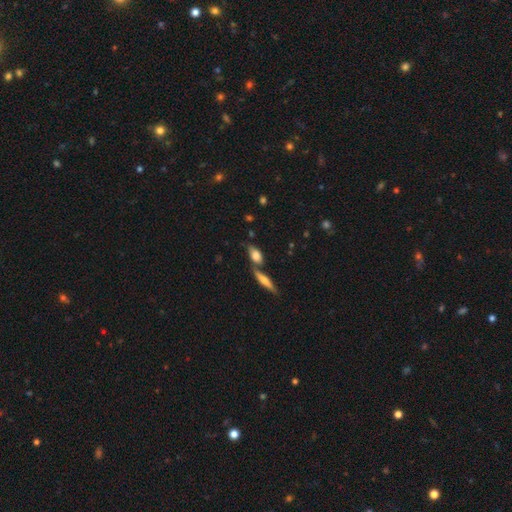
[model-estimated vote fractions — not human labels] Q: Smooth or featured?
A: smooth (69%); runner-up: featured or disk (22%)
Q: How rounded?
A: in between (77%); runner-up: cigar-shaped (15%)
Q: Merging?
A: none (53%); runner-up: merger (28%)